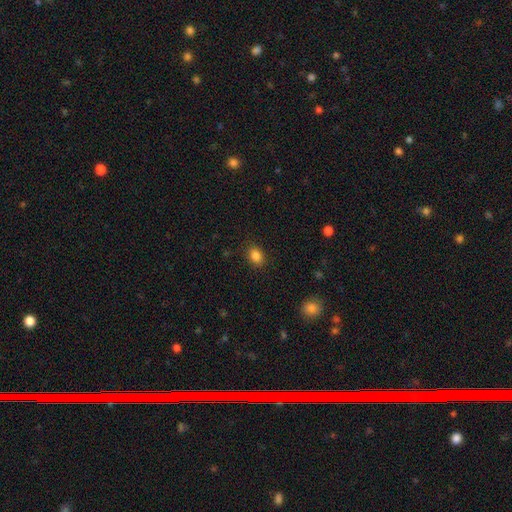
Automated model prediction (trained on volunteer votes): Smooth or featured?
  - smooth: 85% *
  - star or artifact: 10%
  - featured or disk: 4%
How rounded?
  - in between: 67% *
  - round: 32%
  - cigar-shaped: 1%
Merging?
  - none: 87% *
  - minor disturbance: 9%
  - major disturbance: 3%
  - merger: 1%